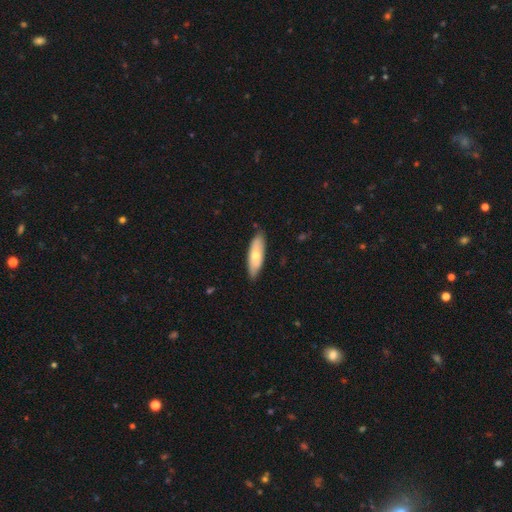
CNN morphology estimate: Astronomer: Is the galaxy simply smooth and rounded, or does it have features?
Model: smooth — 65%.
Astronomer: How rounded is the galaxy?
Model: in between — 57% (runner-up: cigar-shaped, 41%).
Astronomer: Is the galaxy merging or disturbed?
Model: none — 84%.